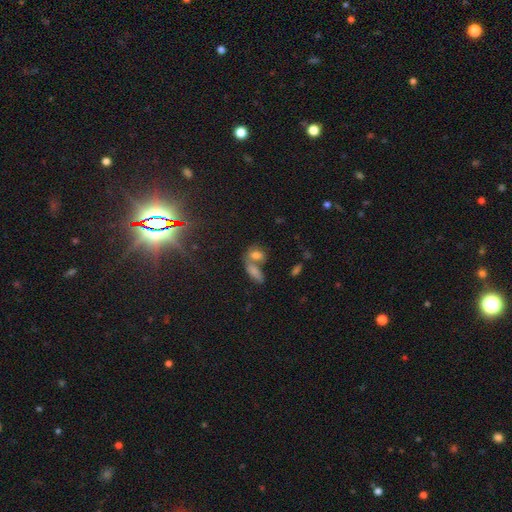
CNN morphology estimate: Smooth or featured? smooth (71%)
How rounded? in between (78%)
Merging? merger (52%)